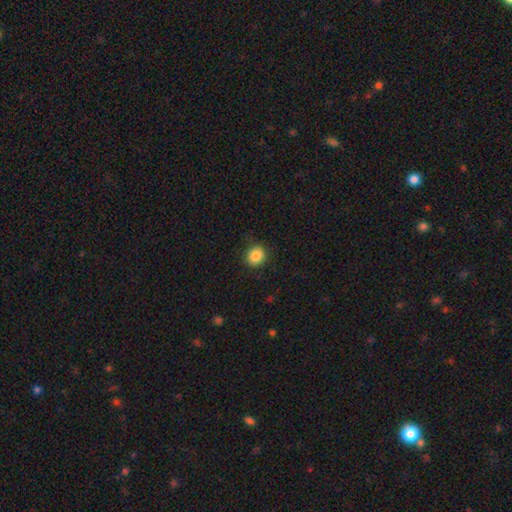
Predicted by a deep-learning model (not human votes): Morphology: type=smooth (86%); roundness=round (81%); merging=none (87%).